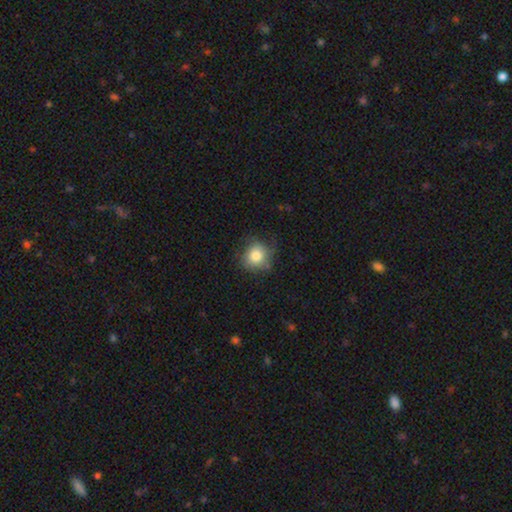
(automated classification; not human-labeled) A smooth galaxy with no disk features (78%) that is round (83%). Merging: none (66%).